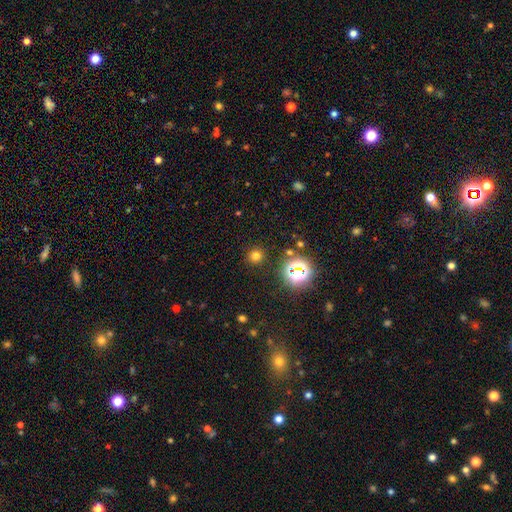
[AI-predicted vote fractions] smooth 68%, star or artifact 26%, featured or disk 6%. Down the decision tree: how rounded — round (93%); merging — none (90%).